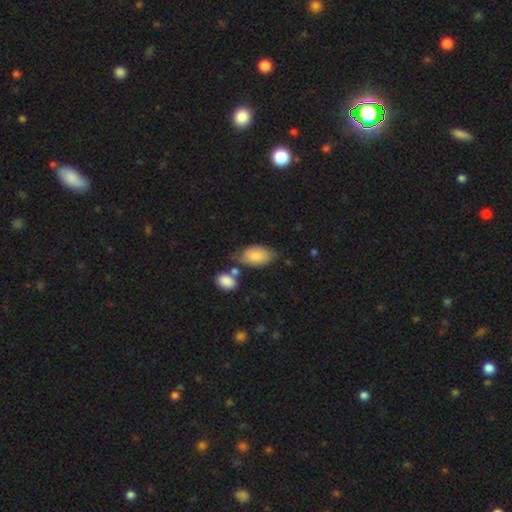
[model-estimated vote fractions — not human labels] Smooth or featured? Predicted: smooth (p=0.81). How rounded? Predicted: in between (p=0.93). Merging? Predicted: none (p=0.51).